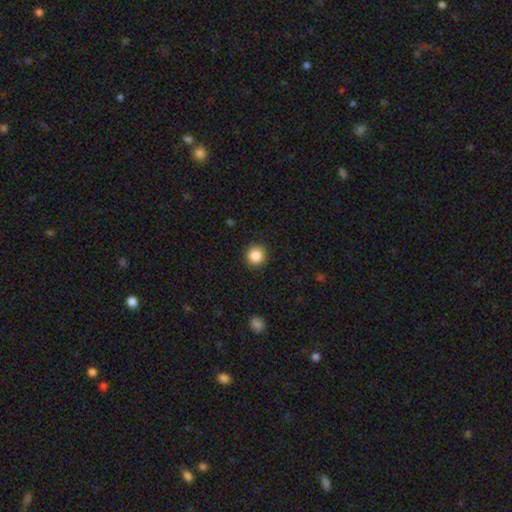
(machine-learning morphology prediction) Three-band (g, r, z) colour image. It shows a smooth galaxy with no disk features (87%) that is round (94%). Merging: none (92%).